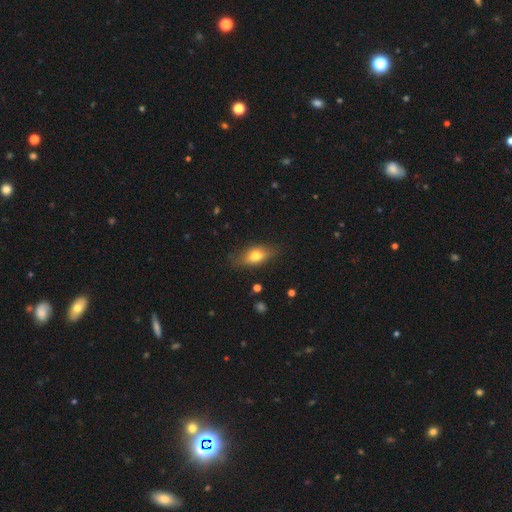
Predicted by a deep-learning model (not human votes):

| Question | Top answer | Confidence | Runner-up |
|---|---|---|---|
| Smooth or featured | smooth | 69% | featured or disk (23%) |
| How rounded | in between | 79% | cigar-shaped (14%) |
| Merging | none | 78% | minor disturbance (17%) |